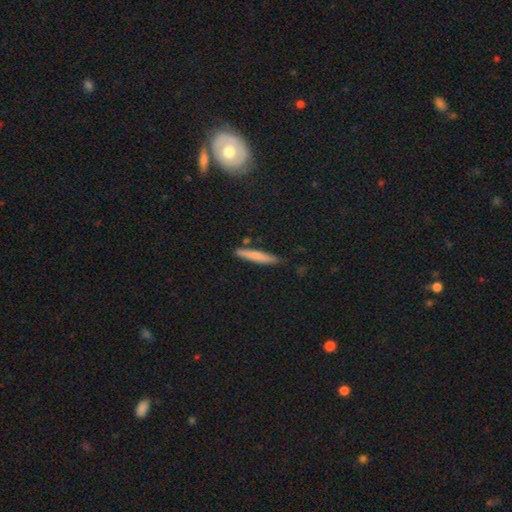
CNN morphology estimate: Smooth or featured?
  - smooth: 74% *
  - featured or disk: 20%
  - star or artifact: 6%
How rounded?
  - cigar-shaped: 94% *
  - in between: 5%
  - round: 1%
Merging?
  - none: 83% *
  - minor disturbance: 12%
  - merger: 3%
  - major disturbance: 2%